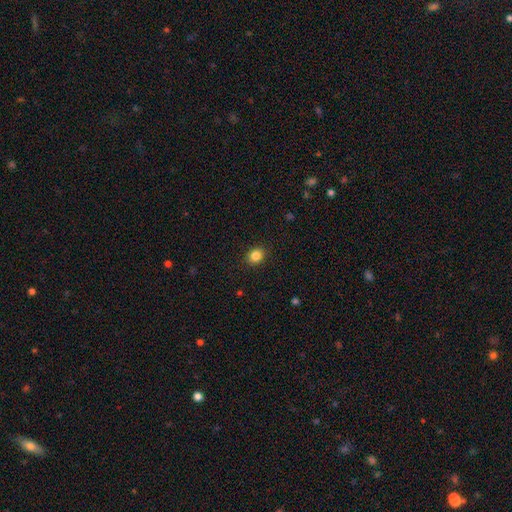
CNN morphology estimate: The model was most divided on "how rounded": round: 65%, in between: 34%, cigar-shaped: 1%. More confident: merging — none (90%); smooth or featured — smooth (85%).